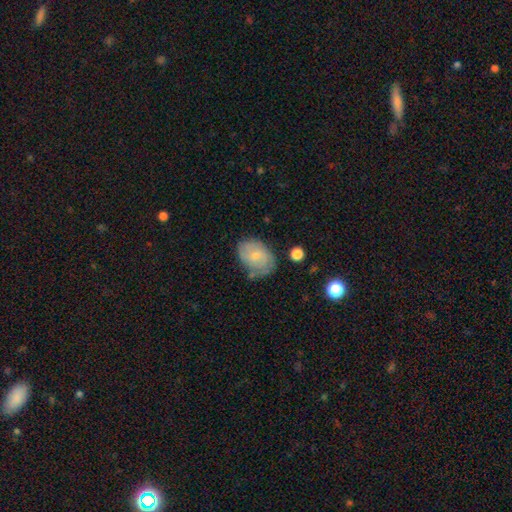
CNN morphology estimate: The model was most divided on "smooth or featured": smooth: 53%, featured or disk: 40%, star or artifact: 7%. More confident: how rounded — in between (79%); merging — none (60%).